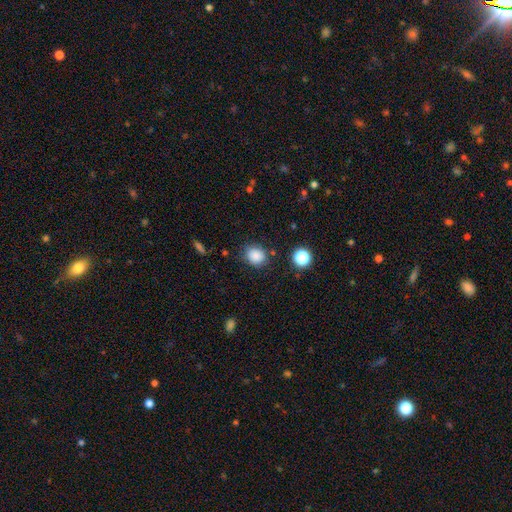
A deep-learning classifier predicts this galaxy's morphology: A smooth galaxy with no disk features (85%) that is round (68%).

Vote fractions:
- Smooth or featured? smooth: 85% / star or artifact: 11% / featured or disk: 4%
- How rounded? round: 68% / in between: 31% / cigar-shaped: 1%
- Merging? none: 80% / minor disturbance: 13% / major disturbance: 4% / merger: 3%